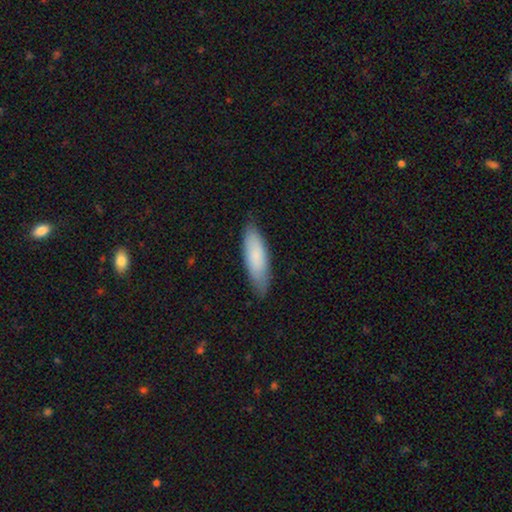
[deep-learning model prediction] Q: Smooth or featured?
A: smooth (82%); runner-up: featured or disk (13%)
Q: How rounded?
A: cigar-shaped (52%); runner-up: in between (47%)
Q: Merging?
A: none (81%); runner-up: minor disturbance (15%)